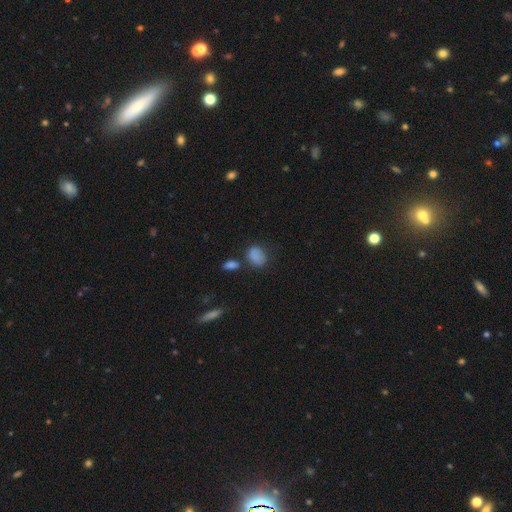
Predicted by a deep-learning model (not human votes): smooth_or_featured: smooth (p=0.84) [alt: star or artifact p=0.10]
how_rounded: in between (p=0.73) [alt: round p=0.26]
merging: none (p=0.61) [alt: minor disturbance p=0.21]